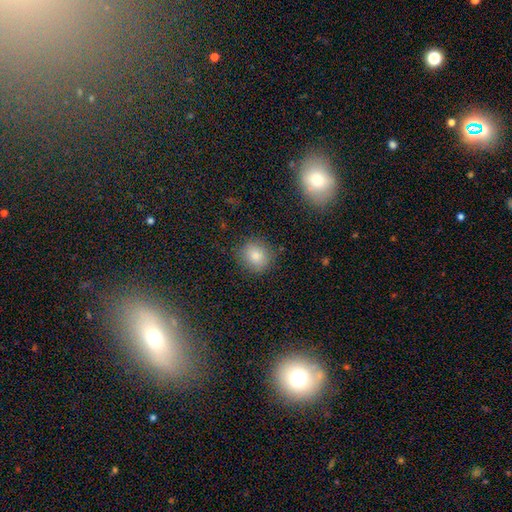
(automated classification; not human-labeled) This appears to be a smooth galaxy with no disk features (82%) that is round (80%). Merging: none (83%).